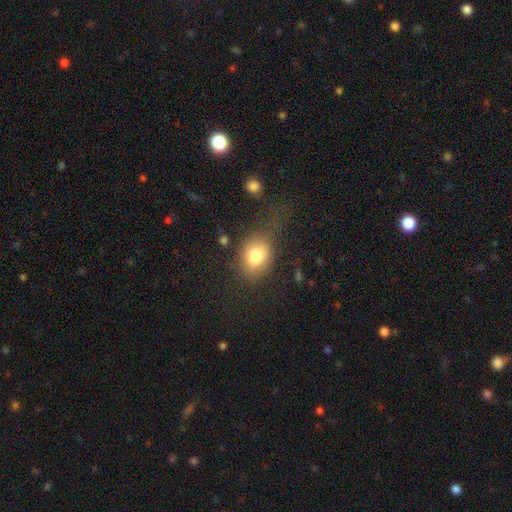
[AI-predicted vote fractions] Overall: smooth (79%). How rounded: in between (61%; round 38%). Merging: none (58%; minor disturbance 21%).